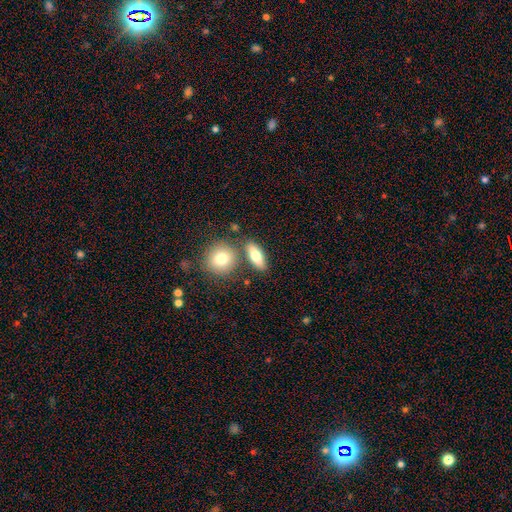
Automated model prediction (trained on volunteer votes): Morphology: type=smooth (73%); roundness=in between (69%); merging=none (73%).